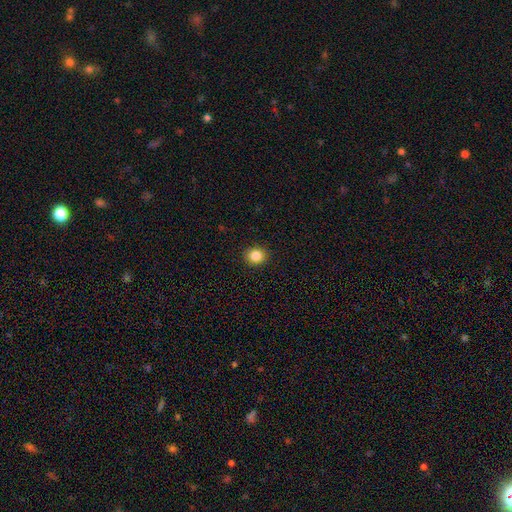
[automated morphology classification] smooth 85%, star or artifact 10%, featured or disk 5%. Down the decision tree: how rounded — round (75%); merging — none (91%).